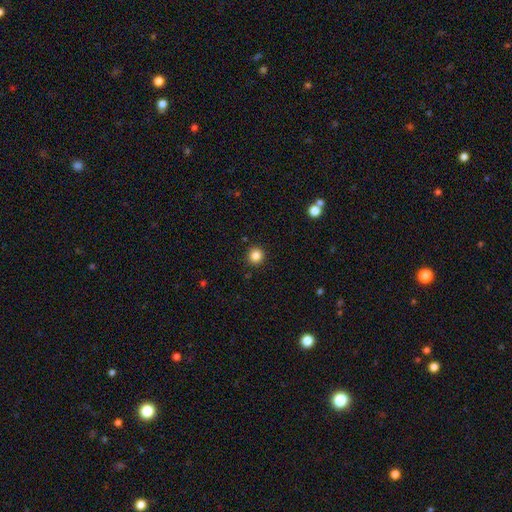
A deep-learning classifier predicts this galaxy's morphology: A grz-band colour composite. It shows a smooth galaxy with no disk features (85%) that is round (94%). Merging: none (92%).